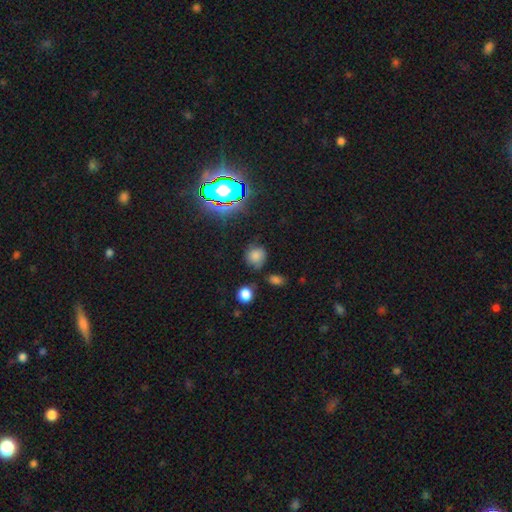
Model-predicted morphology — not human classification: smooth-or-featured: smooth: 71% | star or artifact: 20% | featured or disk: 9%
  how-rounded: round: 82% | in between: 16% | cigar-shaped: 1%
  merging: none: 67% | minor disturbance: 20% | major disturbance: 6% | merger: 6%